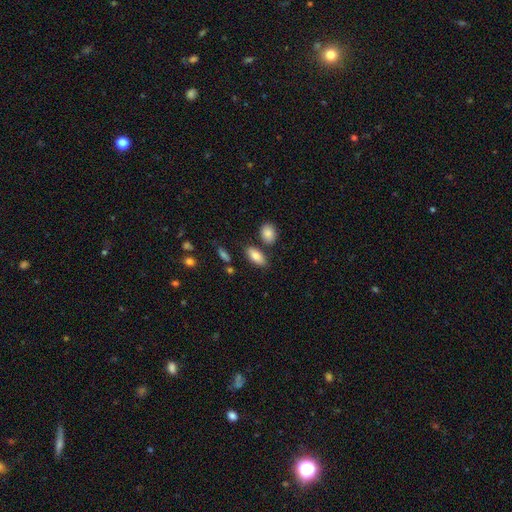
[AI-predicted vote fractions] Smooth or featured?
  - smooth: 82% *
  - featured or disk: 11%
  - star or artifact: 7%
How rounded?
  - in between: 87% *
  - cigar-shaped: 9%
  - round: 4%
Merging?
  - none: 77% *
  - minor disturbance: 11%
  - merger: 8%
  - major disturbance: 3%